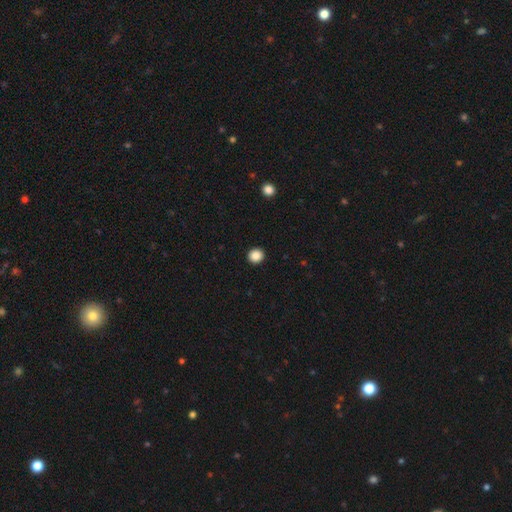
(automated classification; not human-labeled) This is clearly a smooth galaxy (87%). How rounded: clearly round (91%). Merging: clearly none (93%).